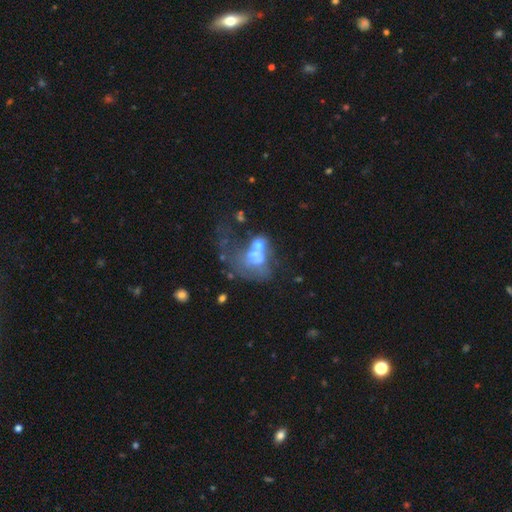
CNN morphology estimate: Q: Smooth or featured?
A: featured or disk (54%); runner-up: smooth (32%)
Q: Edge-on disk?
A: no (97%); runner-up: yes (3%)
Q: Bar?
A: no (85%); runner-up: weak (12%)
Q: Spiral arms?
A: no (86%); runner-up: yes (14%)
Q: Bulge size?
A: moderate (34%); runner-up: none (29%)
Q: Merging?
A: merger (46%); runner-up: major disturbance (34%)